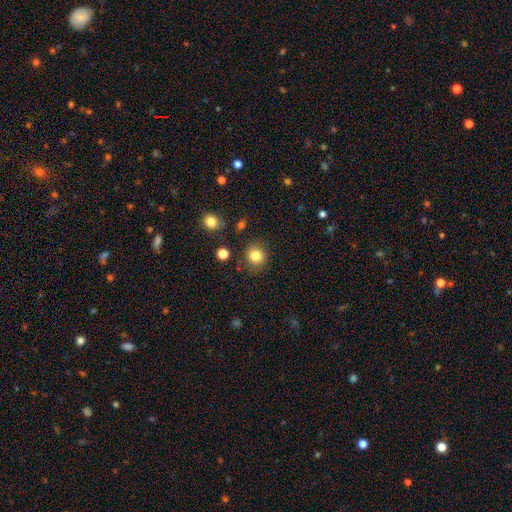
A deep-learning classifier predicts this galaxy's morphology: Q: Smooth or featured?
A: smooth (83%); runner-up: star or artifact (11%)
Q: How rounded?
A: round (81%); runner-up: in between (18%)
Q: Merging?
A: none (82%); runner-up: minor disturbance (11%)